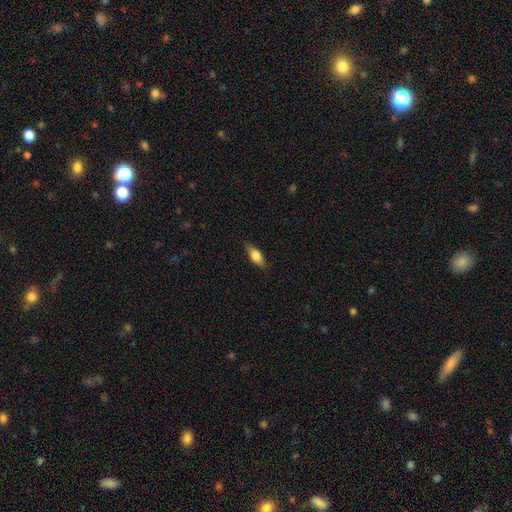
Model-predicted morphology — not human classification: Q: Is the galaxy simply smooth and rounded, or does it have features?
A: smooth — 77%.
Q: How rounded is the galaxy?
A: in between — 78%.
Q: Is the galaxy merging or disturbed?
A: none — 84%.